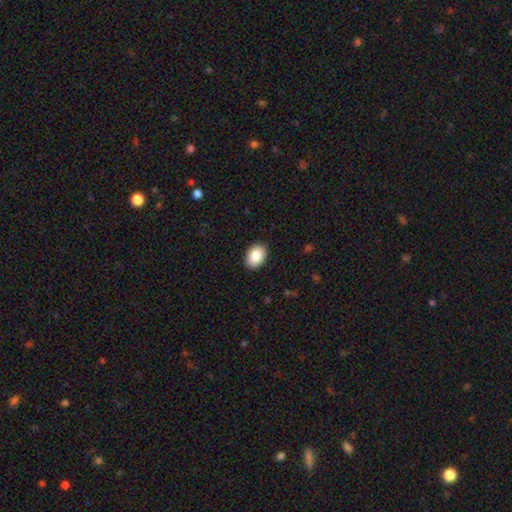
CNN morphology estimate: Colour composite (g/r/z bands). It shows a smooth galaxy with no disk features (87%) that is in between round and cigar-shaped (80%). Merging: none (90%).